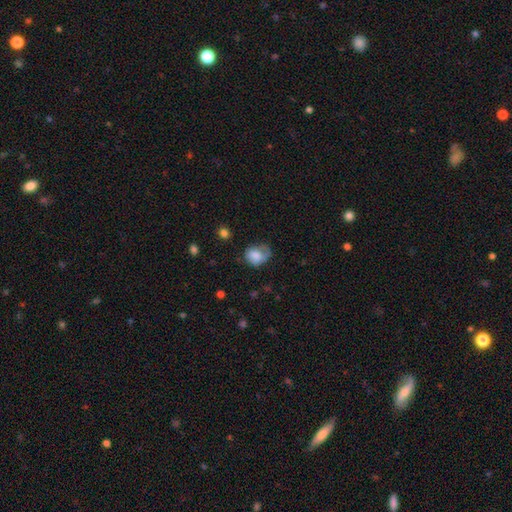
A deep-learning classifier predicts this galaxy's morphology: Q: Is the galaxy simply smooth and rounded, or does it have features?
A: smooth — 73%.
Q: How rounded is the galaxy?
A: in between — 53%.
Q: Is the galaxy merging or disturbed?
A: none — 36%.